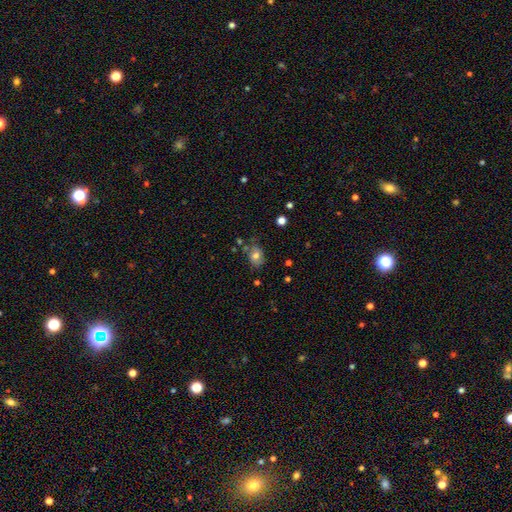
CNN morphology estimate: smooth-or-featured: smooth: 70% | featured or disk: 19% | star or artifact: 11%
  how-rounded: in between: 72% | round: 26% | cigar-shaped: 1%
  merging: none: 63% | minor disturbance: 24% | major disturbance: 7% | merger: 6%